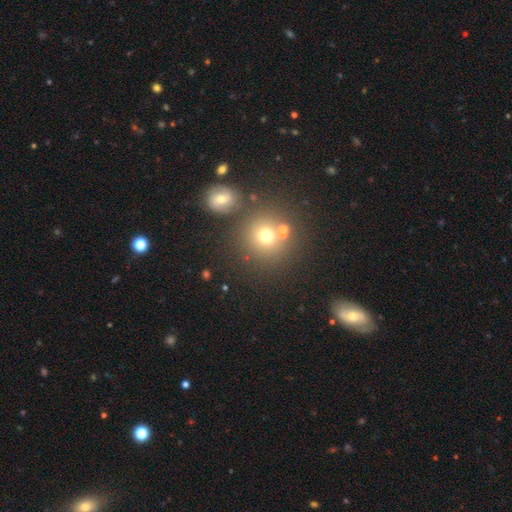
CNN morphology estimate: Smooth or featured?
  - smooth: 46% *
  - star or artifact: 42%
  - featured or disk: 12%
Merging?
  - none: 70% *
  - merger: 17%
  - minor disturbance: 9%
  - major disturbance: 4%